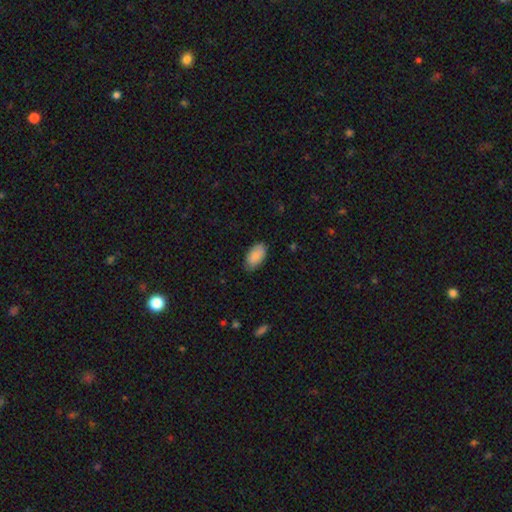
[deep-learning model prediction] smooth-or-featured: smooth: 87% | featured or disk: 7% | star or artifact: 6%
  how-rounded: in between: 95% | round: 3% | cigar-shaped: 2%
  merging: none: 82% | minor disturbance: 14% | major disturbance: 3% | merger: 1%